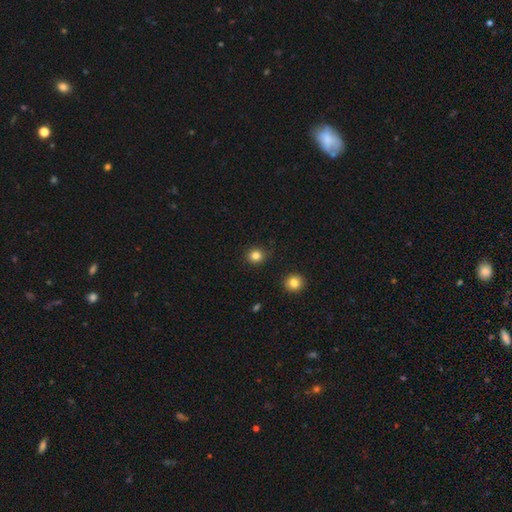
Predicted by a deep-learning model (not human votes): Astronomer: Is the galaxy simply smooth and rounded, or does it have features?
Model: smooth — 83%.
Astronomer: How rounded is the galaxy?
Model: round — 86%.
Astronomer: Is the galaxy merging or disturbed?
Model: none — 88%.